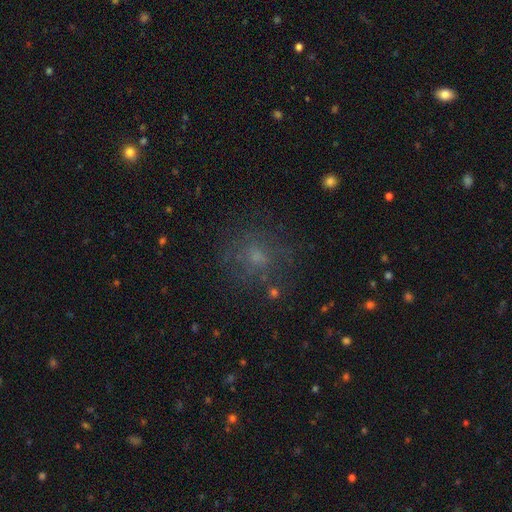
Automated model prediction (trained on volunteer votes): A smooth galaxy with no disk features (55%) that is round (79%).

Vote fractions:
- Smooth or featured? smooth: 55% / featured or disk: 23% / star or artifact: 22%
- How rounded? round: 79% / in between: 19% / cigar-shaped: 1%
- Merging? none: 72% / minor disturbance: 15% / major disturbance: 11% / merger: 2%